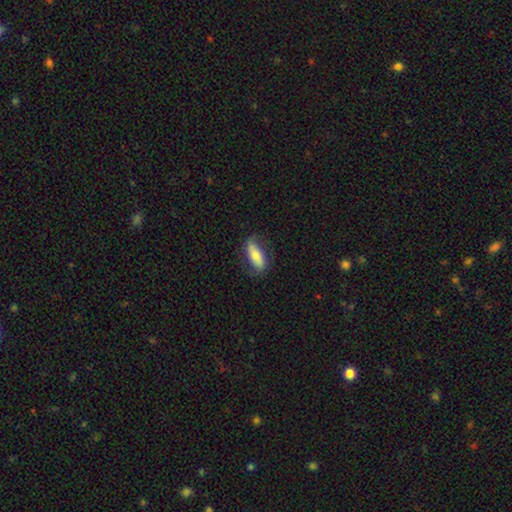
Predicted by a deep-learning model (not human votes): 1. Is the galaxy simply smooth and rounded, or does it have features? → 61% smooth, 32% featured or disk, 7% star or artifact.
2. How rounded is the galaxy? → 69% in between, 28% cigar-shaped, 3% round.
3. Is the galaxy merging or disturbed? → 71% none, 21% minor disturbance, 7% major disturbance, 1% merger.